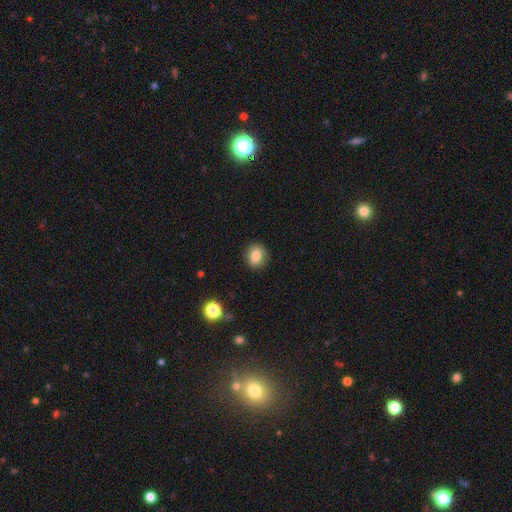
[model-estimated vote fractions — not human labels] This is clearly a smooth galaxy (82%). How rounded: likely round (66%). Merging: clearly none (88%).